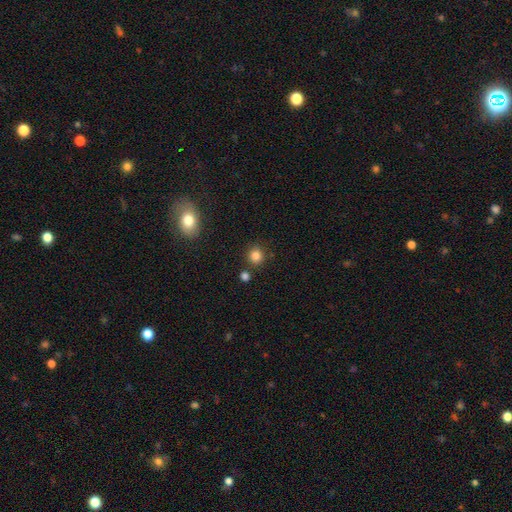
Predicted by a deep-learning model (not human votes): Smooth or featured?
  - smooth: 83% *
  - star or artifact: 12%
  - featured or disk: 5%
How rounded?
  - round: 87% *
  - in between: 12%
  - cigar-shaped: 1%
Merging?
  - none: 81% *
  - minor disturbance: 9%
  - merger: 8%
  - major disturbance: 3%